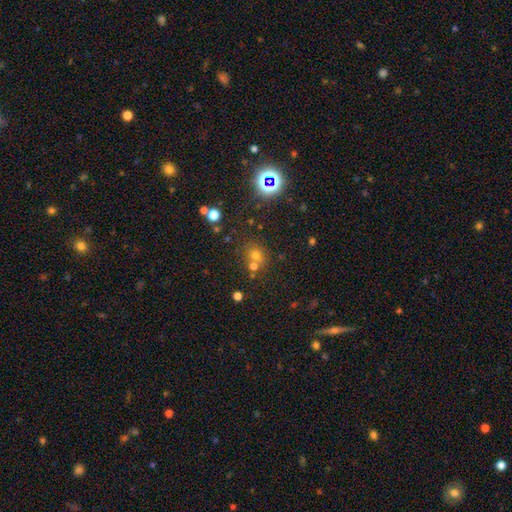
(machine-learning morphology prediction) A smooth galaxy with no disk features (56%) that is round (80%).

Vote fractions:
- Smooth or featured? smooth: 56% / star or artifact: 33% / featured or disk: 12%
- How rounded? round: 80% / in between: 19% / cigar-shaped: 1%
- Merging? none: 57% / merger: 31% / minor disturbance: 8% / major disturbance: 4%